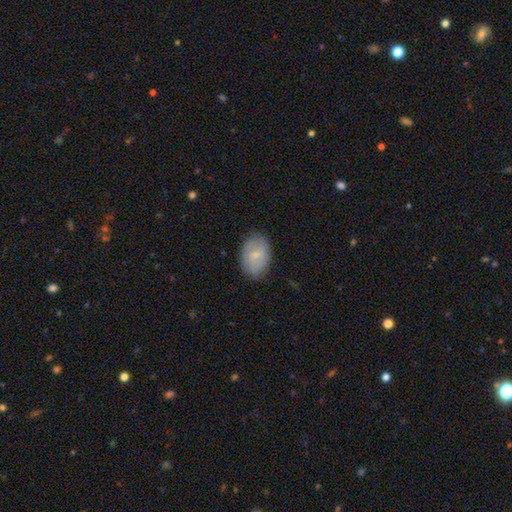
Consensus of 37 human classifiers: Q: Smooth or featured?
A: smooth (76%); runner-up: featured or disk (22%)
Q: How rounded?
A: in between (86%); runner-up: round (14%)
Q: Merging?
A: none (72%); runner-up: minor disturbance (22%)